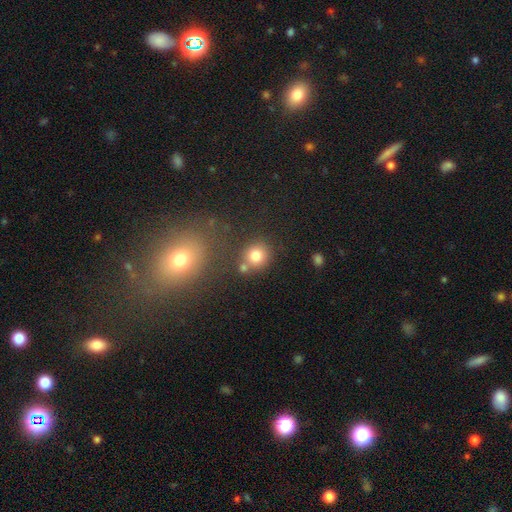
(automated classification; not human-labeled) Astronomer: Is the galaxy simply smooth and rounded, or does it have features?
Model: smooth — 79%.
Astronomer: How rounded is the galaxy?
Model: round — 83%.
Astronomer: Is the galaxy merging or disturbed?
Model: none — 67%.